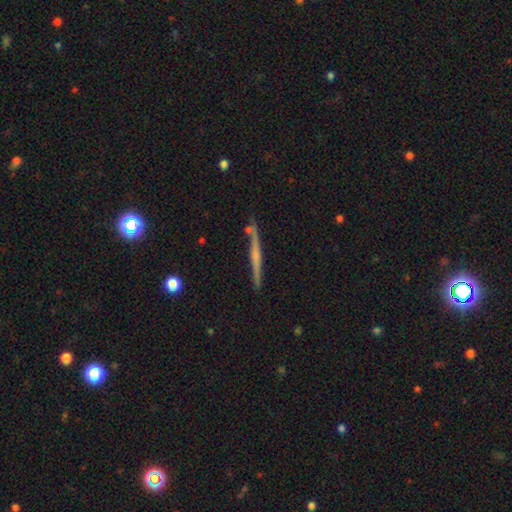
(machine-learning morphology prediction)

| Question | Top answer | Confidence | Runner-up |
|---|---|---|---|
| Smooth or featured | featured or disk | 64% | smooth (30%) |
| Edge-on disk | yes | 98% | no (2%) |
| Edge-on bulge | none | 54% | rounded (35%) |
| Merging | none | 87% | minor disturbance (8%) |